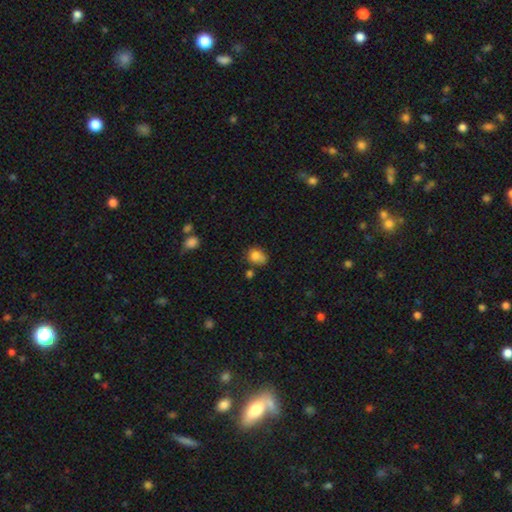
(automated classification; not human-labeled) A smooth galaxy with no disk features (78%) that is round (50%). Merging: none (45%).